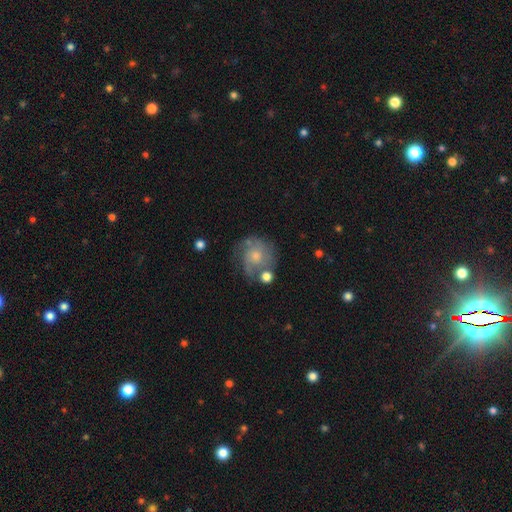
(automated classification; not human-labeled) Overall: featured or disk (62%; smooth 30%). Edge-on disk: no (98%). Bar: no (78%). Spiral arms: yes (83%). Spiral arm count: can't tell (30%, tied with 2). Spiral winding: tight (41%, tied with medium). Bulge size: moderate (45%; small 43%). Merging: none (56%; minor disturbance 21%).